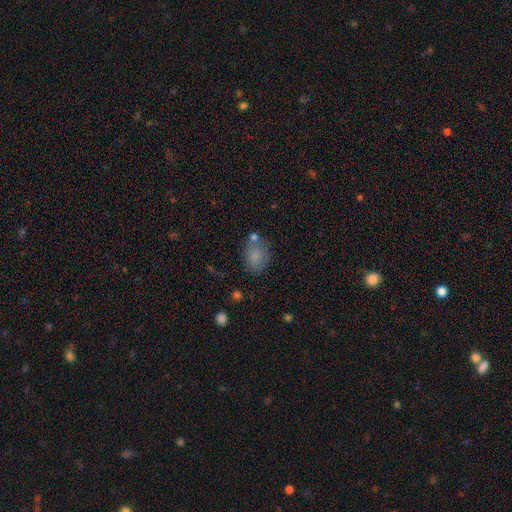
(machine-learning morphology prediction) The model was most divided on "how rounded": in between: 67%, round: 31%, cigar-shaped: 1%. More confident: smooth or featured — smooth (82%); merging — none (64%).